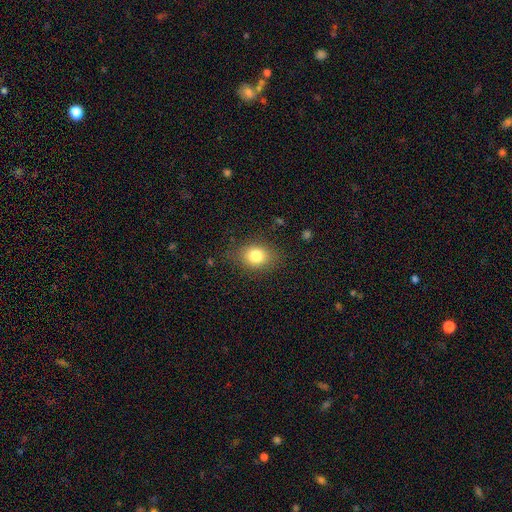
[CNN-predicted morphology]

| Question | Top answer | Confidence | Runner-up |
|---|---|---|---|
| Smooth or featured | smooth | 80% | star or artifact (11%) |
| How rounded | in between | 53% | round (46%) |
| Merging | none | 81% | minor disturbance (13%) |